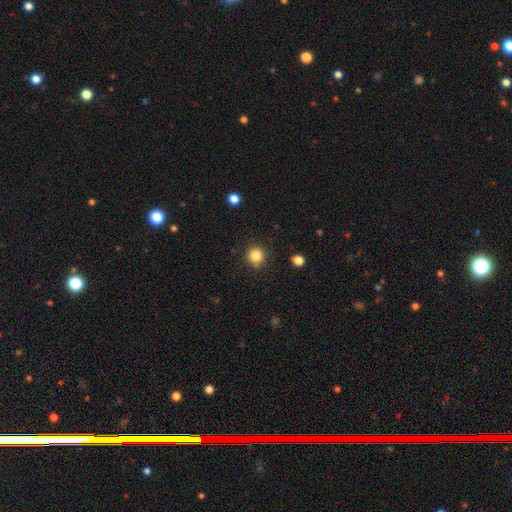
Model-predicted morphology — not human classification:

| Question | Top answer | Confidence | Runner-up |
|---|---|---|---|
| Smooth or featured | smooth | 84% | star or artifact (11%) |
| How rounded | round | 92% | in between (7%) |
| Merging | none | 87% | minor disturbance (9%) |